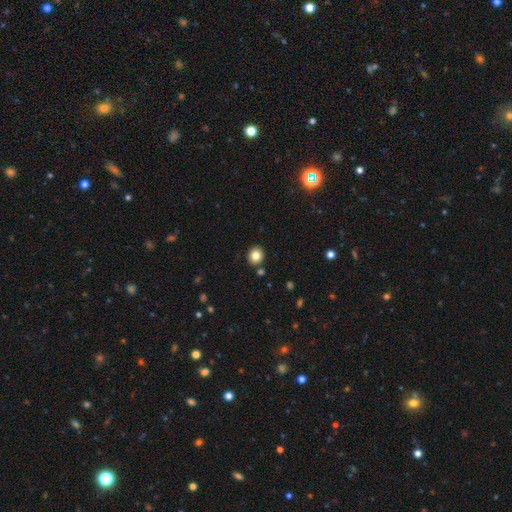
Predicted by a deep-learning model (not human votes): Smooth or featured: smooth — 83% (star or artifact — 11%)
How rounded: round — 82% (in between — 17%)
Merging: none — 88% (minor disturbance — 7%)